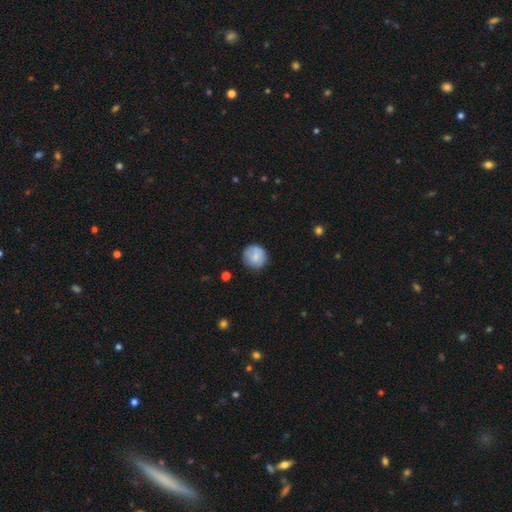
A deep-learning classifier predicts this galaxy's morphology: smooth-or-featured: smooth: 77% | featured or disk: 16% | star or artifact: 7%
  how-rounded: round: 91% | in between: 8% | cigar-shaped: 1%
  merging: none: 80% | minor disturbance: 14% | major disturbance: 4% | merger: 2%